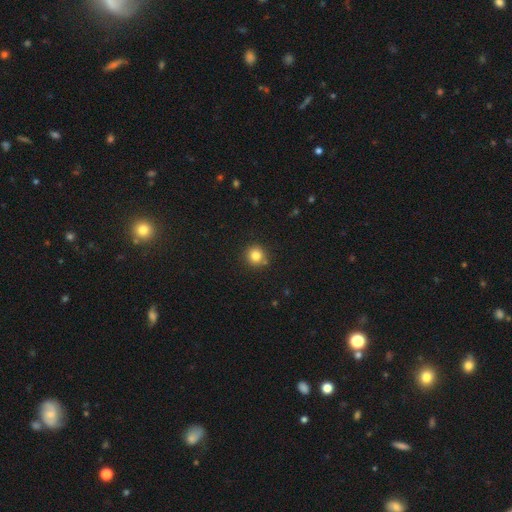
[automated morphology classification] smooth_or_featured: smooth (p=0.82) [alt: star or artifact p=0.12]
how_rounded: round (p=0.93) [alt: in between p=0.06]
merging: none (p=0.86) [alt: minor disturbance p=0.08]